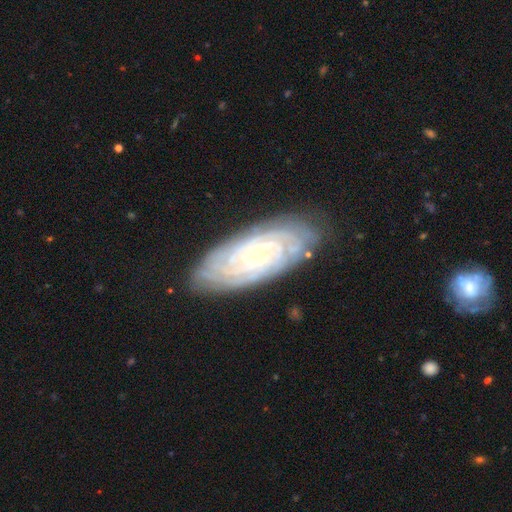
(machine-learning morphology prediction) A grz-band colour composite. It shows a featured or disk galaxy (86%) with no bar (77%), tight (86%) spiral arms (97%) and a small central bulge (82%). Merging: none (82%).